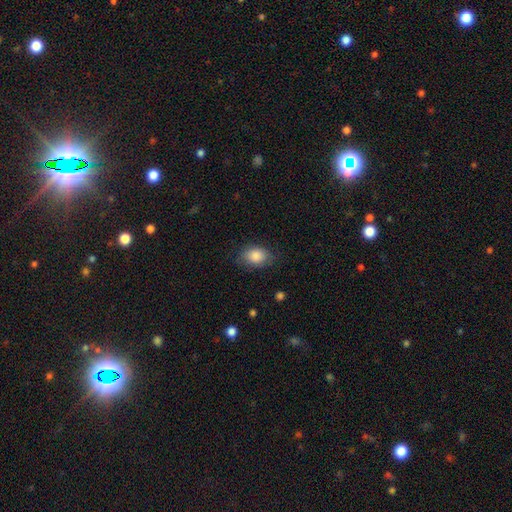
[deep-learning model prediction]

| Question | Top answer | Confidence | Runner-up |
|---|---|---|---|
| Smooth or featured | smooth | 86% | star or artifact (7%) |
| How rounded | in between | 78% | round (21%) |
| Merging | none | 77% | minor disturbance (18%) |